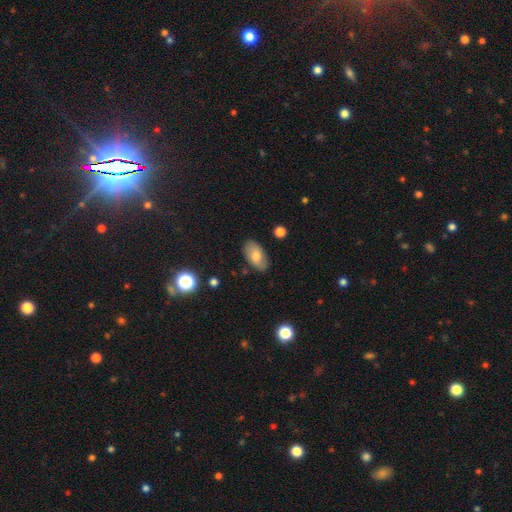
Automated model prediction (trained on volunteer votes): smooth-or-featured: smooth: 71% | featured or disk: 21% | star or artifact: 8%
  how-rounded: in between: 94% | round: 4% | cigar-shaped: 2%
  merging: none: 83% | minor disturbance: 13% | major disturbance: 3% | merger: 2%